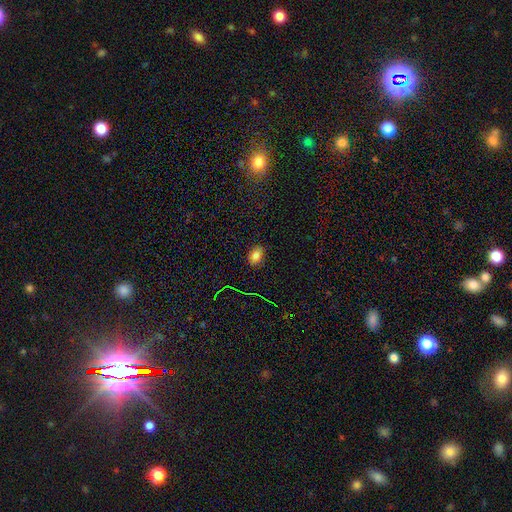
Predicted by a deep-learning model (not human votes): This appears to be a smooth galaxy with no disk features (73%) that is in between round and cigar-shaped (82%). Merging: none (82%).